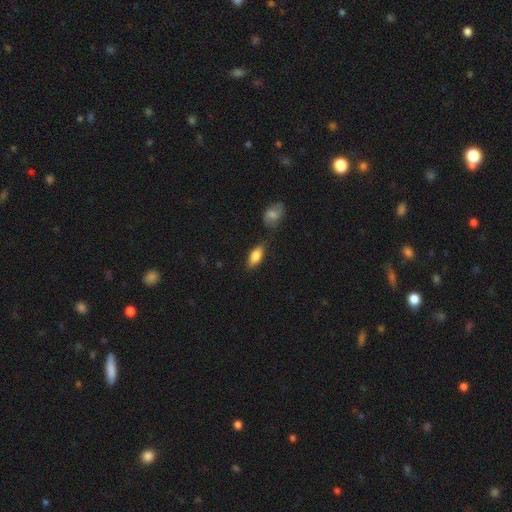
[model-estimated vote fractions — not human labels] smooth-or-featured: smooth: 81% | featured or disk: 12% | star or artifact: 7%
  how-rounded: in between: 85% | cigar-shaped: 12% | round: 3%
  merging: none: 77% | minor disturbance: 15% | merger: 5% | major disturbance: 3%